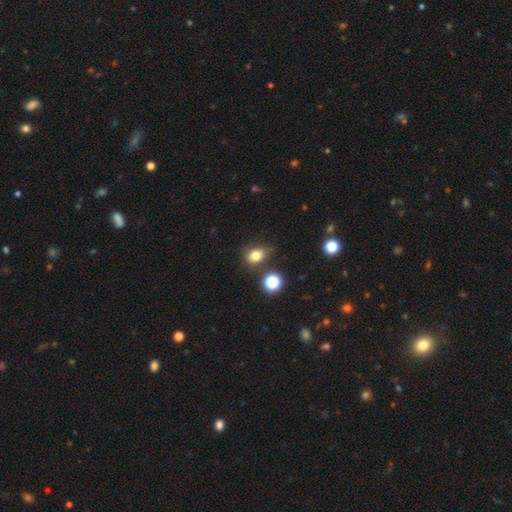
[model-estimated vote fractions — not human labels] A smooth galaxy with no disk features (77%) that is in between round and cigar-shaped (57%).

Vote fractions:
- Smooth or featured? smooth: 77% / star or artifact: 15% / featured or disk: 8%
- How rounded? in between: 57% / round: 42% / cigar-shaped: 1%
- Merging? none: 69% / minor disturbance: 19% / merger: 7% / major disturbance: 5%